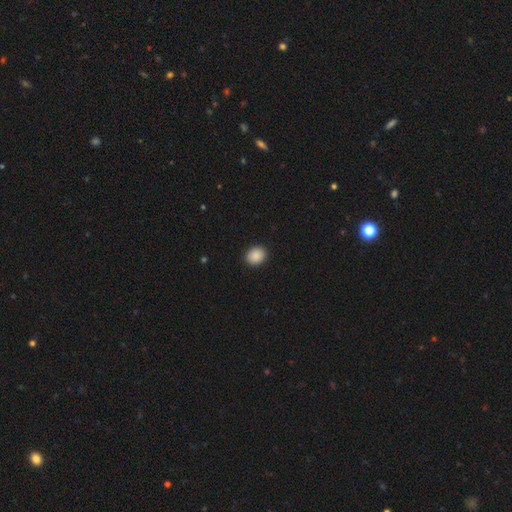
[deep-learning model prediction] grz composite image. It shows a smooth galaxy with no disk features (89%) that is round (58%). Merging: none (92%).